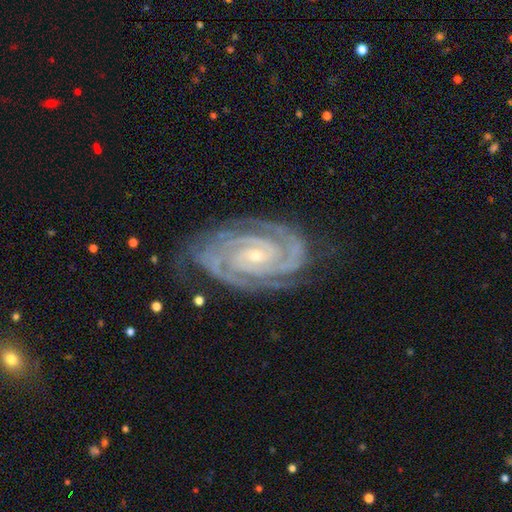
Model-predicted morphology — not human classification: Q: Smooth or featured?
A: featured or disk (93%); runner-up: star or artifact (5%)
Q: Edge-on disk?
A: no (97%); runner-up: yes (3%)
Q: Bar?
A: no (56%); runner-up: weak (27%)
Q: Spiral arms?
A: yes (99%); runner-up: no (1%)
Q: Spiral winding?
A: tight (84%); runner-up: medium (15%)
Q: Spiral arm count?
A: 2 (63%); runner-up: 3 (18%)
Q: Bulge size?
A: small (76%); runner-up: moderate (20%)
Q: Merging?
A: none (76%); runner-up: minor disturbance (18%)